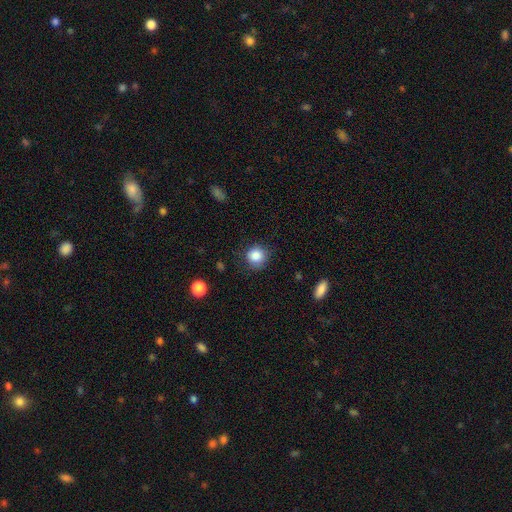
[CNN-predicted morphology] A smooth galaxy with no disk features (85%) that is round (91%). Merging: none (79%).